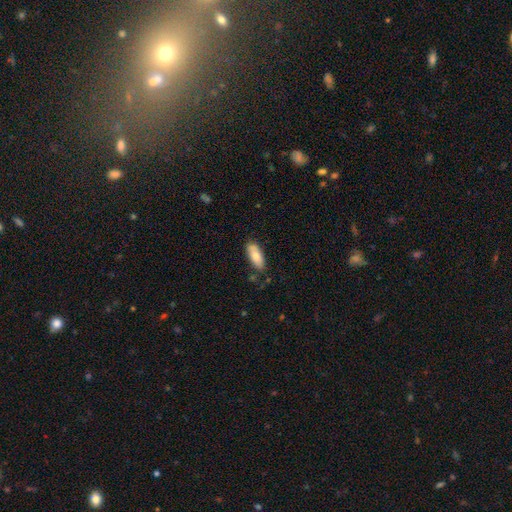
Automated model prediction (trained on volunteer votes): Smooth or featured? smooth (80%)
How rounded? in between (77%)
Merging? none (78%)